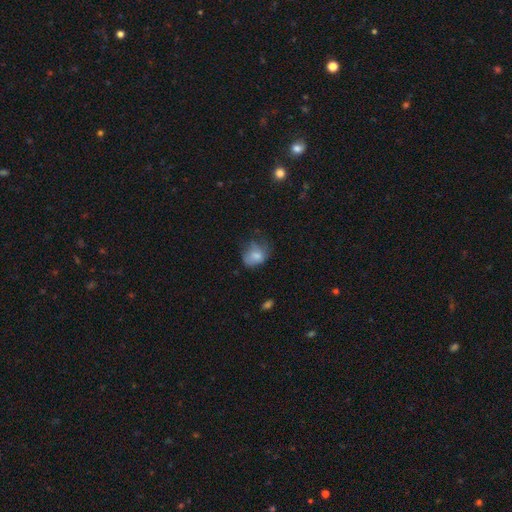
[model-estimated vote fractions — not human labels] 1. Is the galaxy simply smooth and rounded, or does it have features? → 74% smooth, 16% featured or disk, 10% star or artifact.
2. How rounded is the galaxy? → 51% in between, 48% round, 1% cigar-shaped.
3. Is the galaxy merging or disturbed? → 41% none, 34% minor disturbance, 23% major disturbance, 2% merger.